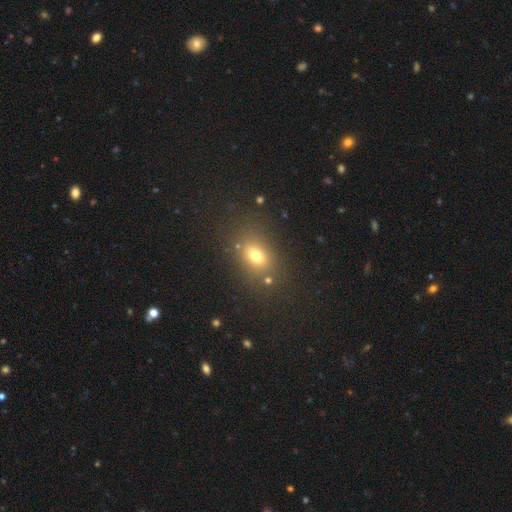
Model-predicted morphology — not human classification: Smooth or featured: smooth — 72% (star or artifact — 17%)
How rounded: in between — 62% (round — 37%)
Merging: none — 76% (minor disturbance — 12%)